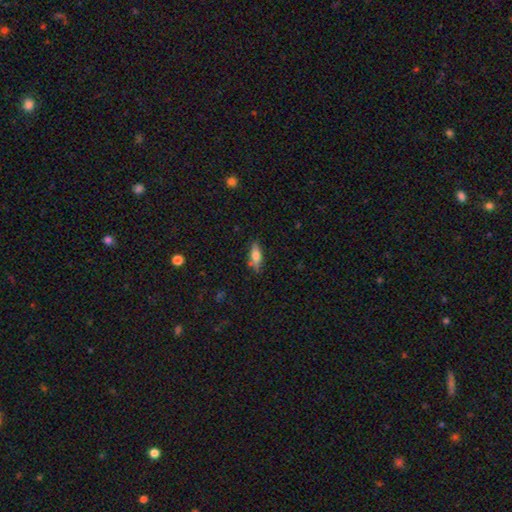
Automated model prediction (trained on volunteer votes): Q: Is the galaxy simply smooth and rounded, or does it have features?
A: smooth — 65%.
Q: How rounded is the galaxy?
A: in between — 61%.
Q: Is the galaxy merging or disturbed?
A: none — 76%.